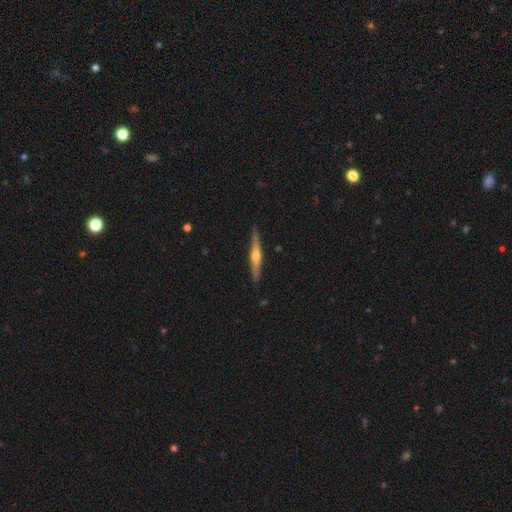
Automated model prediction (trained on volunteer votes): Overall: featured or disk (67%; smooth 28%). Edge-on disk: yes (97%). Edge-on bulge: rounded (88%). Merging: none (88%).